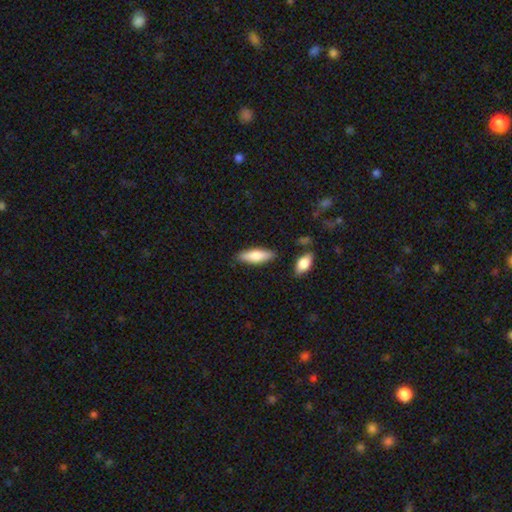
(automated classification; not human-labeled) Smooth or featured?
  - smooth: 75% *
  - featured or disk: 19%
  - star or artifact: 6%
How rounded?
  - in between: 50% *
  - cigar-shaped: 48%
  - round: 2%
Merging?
  - none: 84% *
  - minor disturbance: 11%
  - merger: 3%
  - major disturbance: 2%